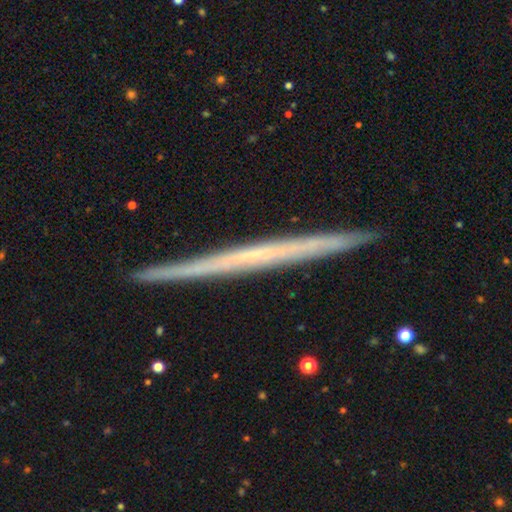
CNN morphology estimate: featured or disk 69%, smooth 24%, star or artifact 8%. Down the decision tree: edge-on disk — yes (97%); edge-on bulge — none (91%); merging — none (91%).